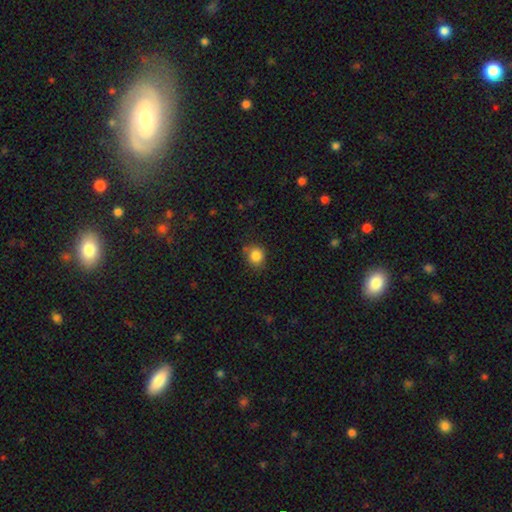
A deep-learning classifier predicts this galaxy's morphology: A smooth galaxy with no disk features (85%) that is round (84%).

Vote fractions:
- Smooth or featured? smooth: 85% / star or artifact: 11% / featured or disk: 4%
- How rounded? round: 84% / in between: 15% / cigar-shaped: 1%
- Merging? none: 79% / minor disturbance: 15% / major disturbance: 4% / merger: 3%